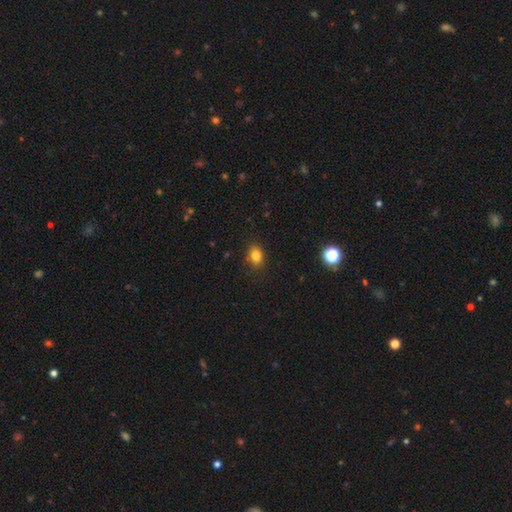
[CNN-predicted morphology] This appears to be a smooth galaxy with no disk features (82%) that is in between round and cigar-shaped (67%). Merging: none (86%).